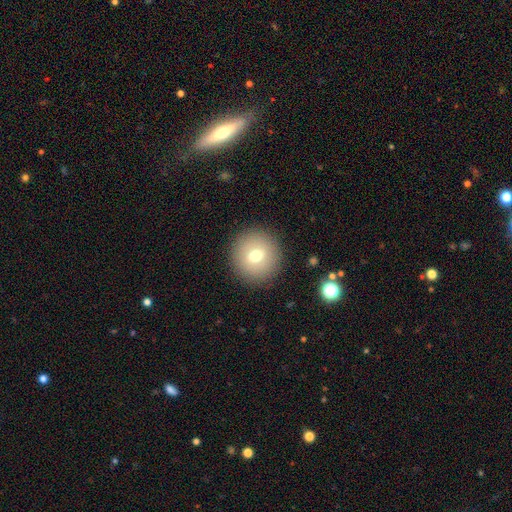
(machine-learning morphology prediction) This is likely a smooth galaxy (70%). How rounded: clearly round (94%). Merging: clearly none (90%).